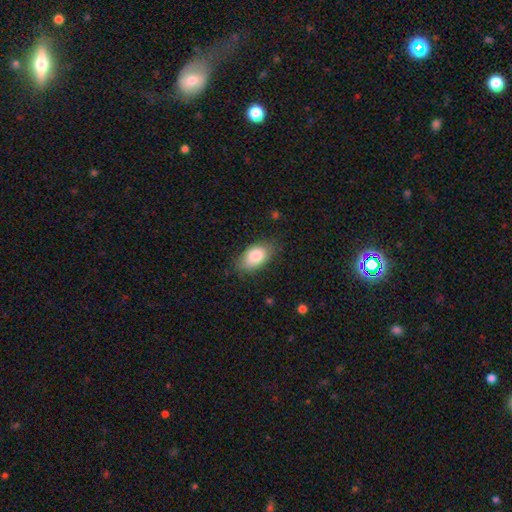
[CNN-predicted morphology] This appears to be a smooth galaxy with no disk features (84%) that is in between round and cigar-shaped (92%). Merging: none (75%).